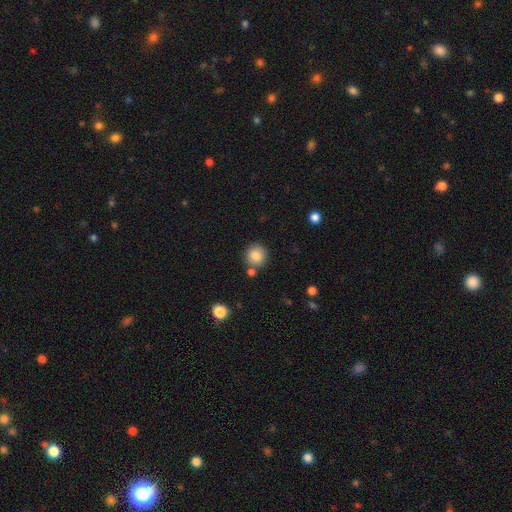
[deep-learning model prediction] Morphology: type=smooth (85%); roundness=round (92%); merging=none (79%).